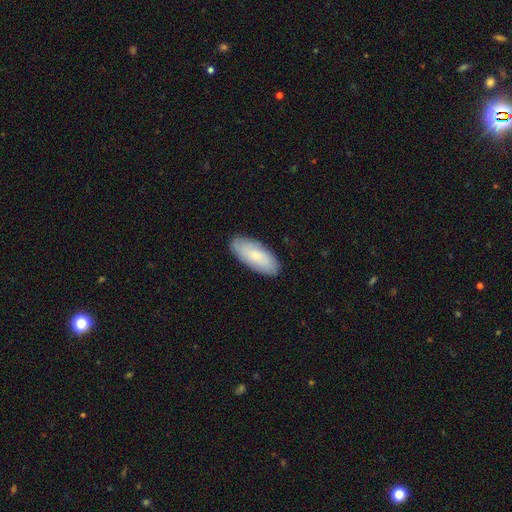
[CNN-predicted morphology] Smooth or featured: smooth — 77% (featured or disk — 17%)
How rounded: in between — 86% (cigar-shaped — 13%)
Merging: none — 87% (minor disturbance — 10%)